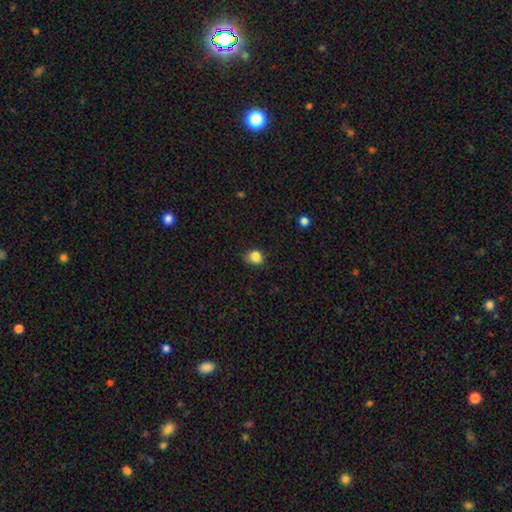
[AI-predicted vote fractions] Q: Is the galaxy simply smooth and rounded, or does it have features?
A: smooth — 84%.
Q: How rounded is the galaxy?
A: round — 56%.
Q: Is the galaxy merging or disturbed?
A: none — 64%.